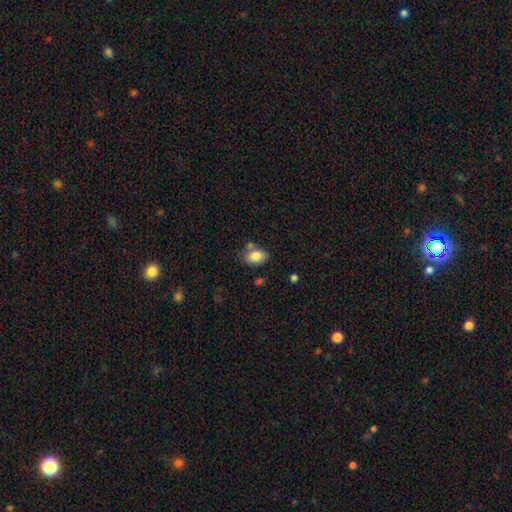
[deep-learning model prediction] Q: Smooth or featured?
A: smooth (82%); runner-up: featured or disk (10%)
Q: How rounded?
A: in between (81%); runner-up: round (18%)
Q: Merging?
A: none (66%); runner-up: minor disturbance (16%)